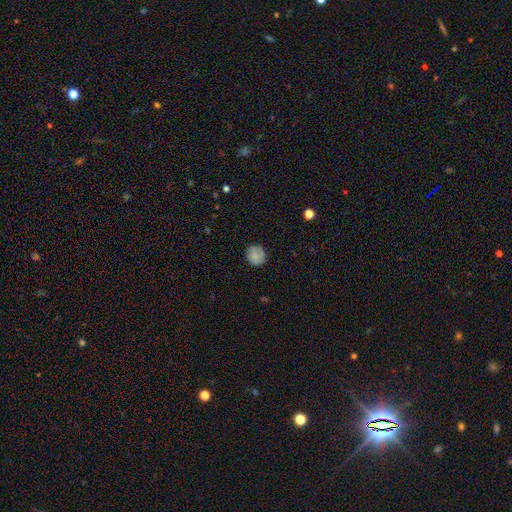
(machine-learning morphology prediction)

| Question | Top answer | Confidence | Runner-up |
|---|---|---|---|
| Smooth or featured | smooth | 80% | featured or disk (12%) |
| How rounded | round | 89% | in between (10%) |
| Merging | none | 82% | minor disturbance (14%) |